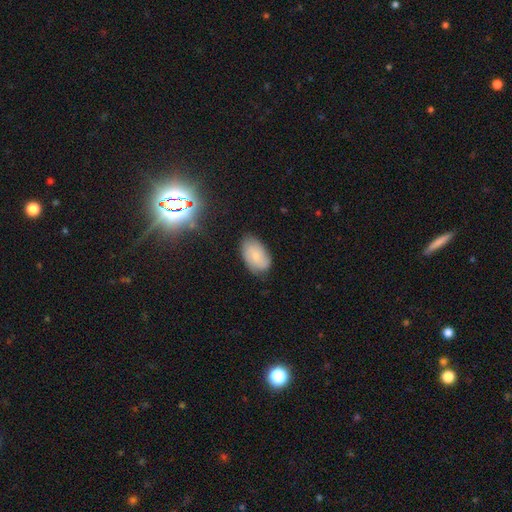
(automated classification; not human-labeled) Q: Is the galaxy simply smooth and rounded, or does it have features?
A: smooth — 64%.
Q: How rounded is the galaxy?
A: in between — 91%.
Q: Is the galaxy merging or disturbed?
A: none — 75%.